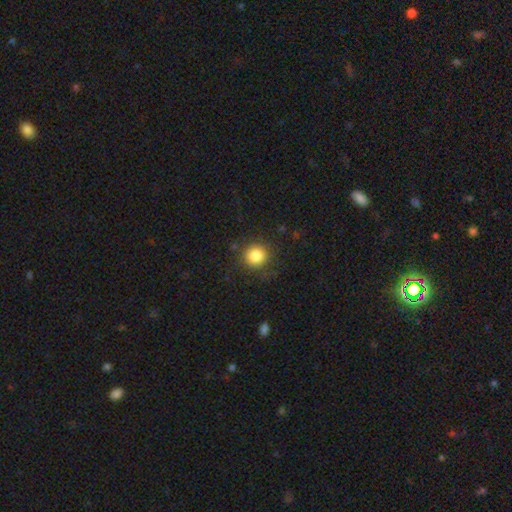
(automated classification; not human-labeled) smooth 84%, star or artifact 11%, featured or disk 5%. Down the decision tree: how rounded — round (92%); merging — none (84%).